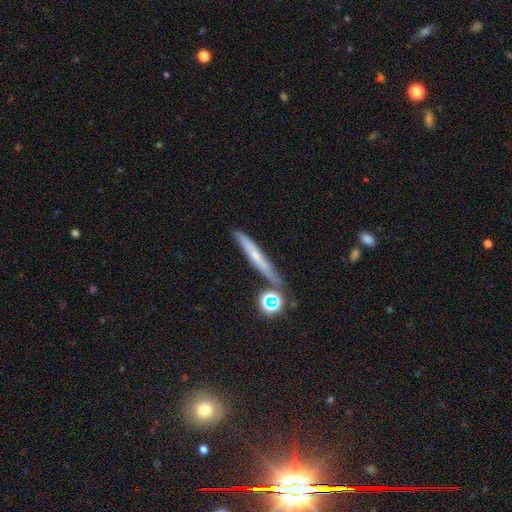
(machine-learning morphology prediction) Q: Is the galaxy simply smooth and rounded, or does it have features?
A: smooth — 44%.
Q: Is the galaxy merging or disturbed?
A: none — 76%.